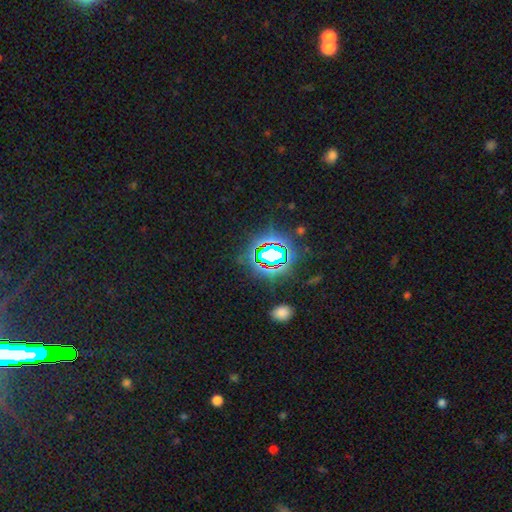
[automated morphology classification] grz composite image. It shows a star or artifact, not a galaxy (80%).